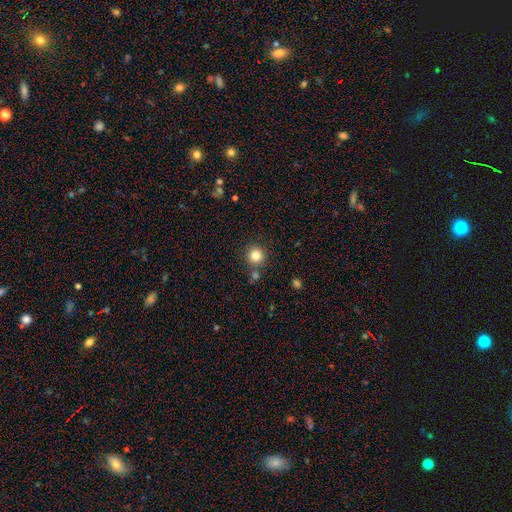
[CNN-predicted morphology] The model was most divided on "smooth or featured": smooth: 82%, star or artifact: 12%, featured or disk: 6%. More confident: how rounded — round (94%); merging — none (83%).